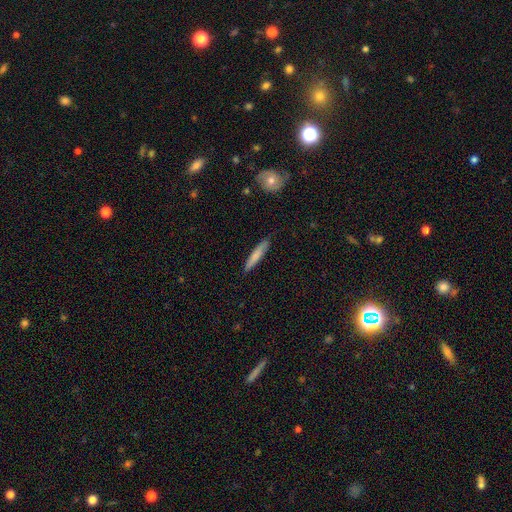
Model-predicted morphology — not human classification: smooth 75%, featured or disk 19%, star or artifact 5%. Down the decision tree: how rounded — cigar-shaped (91%); merging — none (87%).